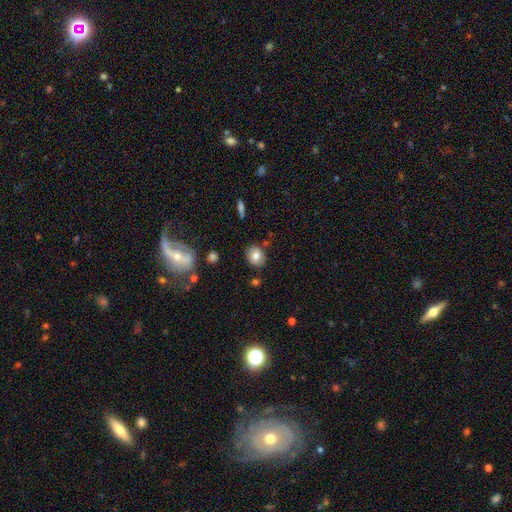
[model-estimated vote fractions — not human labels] Q: Smooth or featured?
A: smooth (79%); runner-up: featured or disk (11%)
Q: How rounded?
A: round (61%); runner-up: in between (38%)
Q: Merging?
A: none (82%); runner-up: minor disturbance (12%)